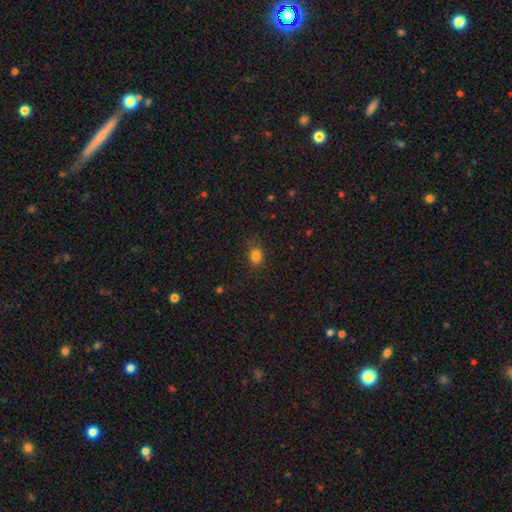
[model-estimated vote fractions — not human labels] A smooth galaxy with no disk features (81%) that is in between round and cigar-shaped (58%). Merging: none (77%).